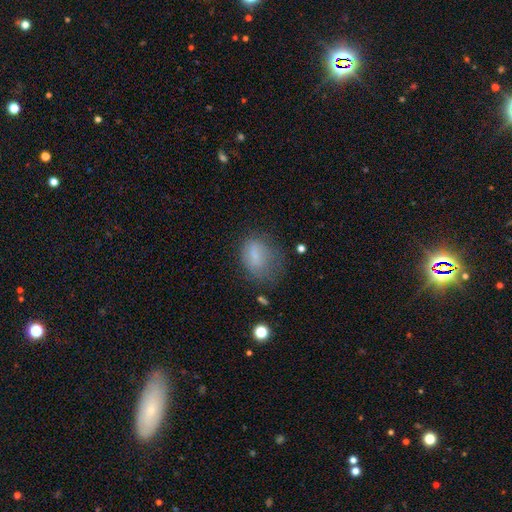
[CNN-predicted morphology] This appears to be a smooth galaxy with no disk features (73%) that is in between round and cigar-shaped (74%). Merging: none (45%).